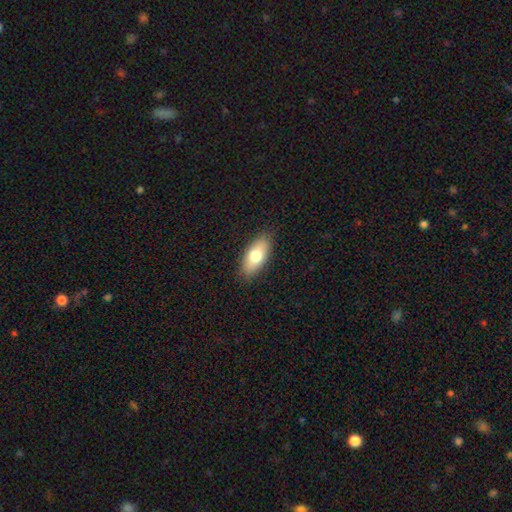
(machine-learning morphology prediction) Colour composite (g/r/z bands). It shows a smooth galaxy with no disk features (74%) that is in between round and cigar-shaped (86%). Merging: none (87%).